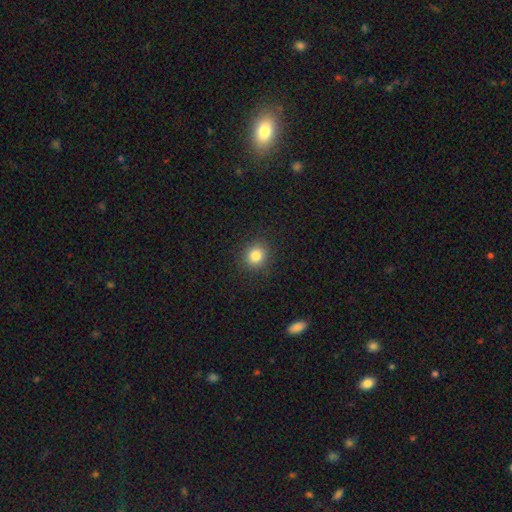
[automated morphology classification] type=smooth (83%); roundness=round (81%); merging=none (89%).